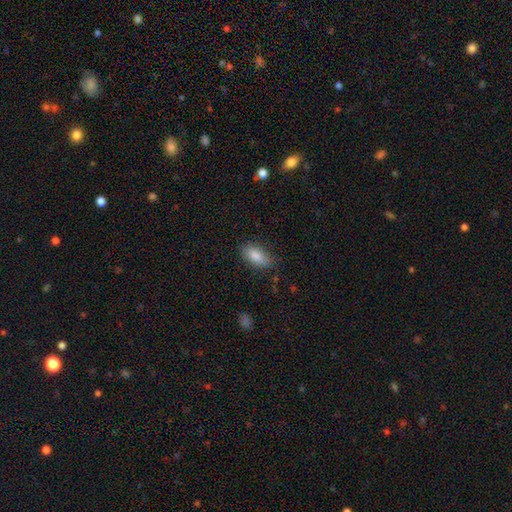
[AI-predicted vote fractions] Smooth or featured? smooth (85%)
How rounded? in between (87%)
Merging? none (81%)